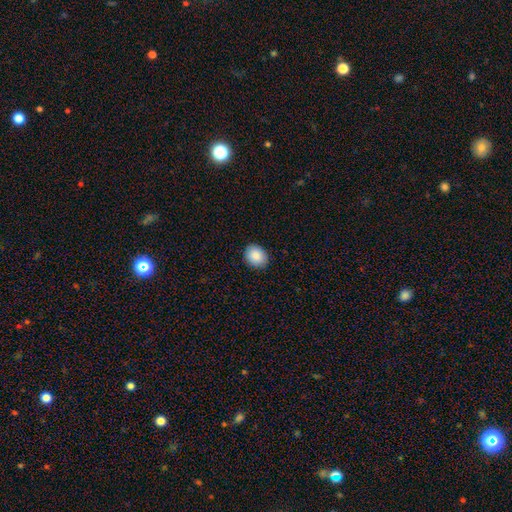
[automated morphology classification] A smooth galaxy with no disk features (89%) that is round (51%). Merging: none (89%).